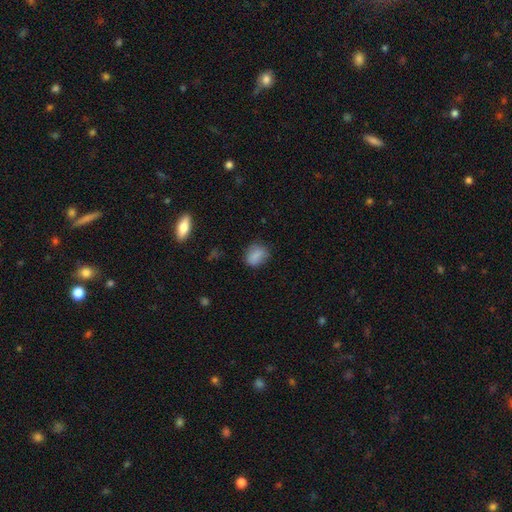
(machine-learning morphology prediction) This appears to be a smooth galaxy with no disk features (83%) that is in between round and cigar-shaped (61%). Merging: none (74%).